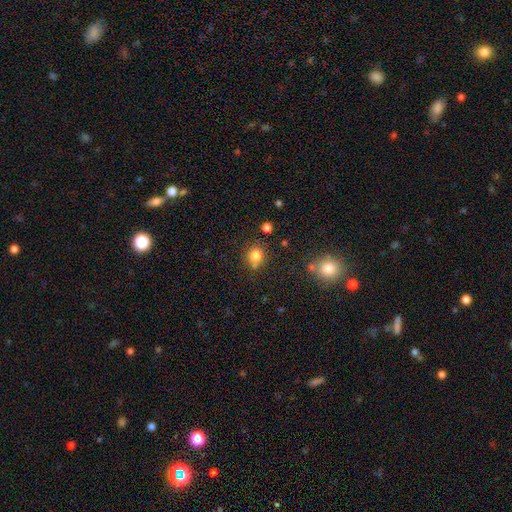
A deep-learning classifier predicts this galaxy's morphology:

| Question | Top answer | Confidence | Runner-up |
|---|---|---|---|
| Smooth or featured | smooth | 81% | star or artifact (12%) |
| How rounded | round | 78% | in between (21%) |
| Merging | none | 68% | minor disturbance (14%) |